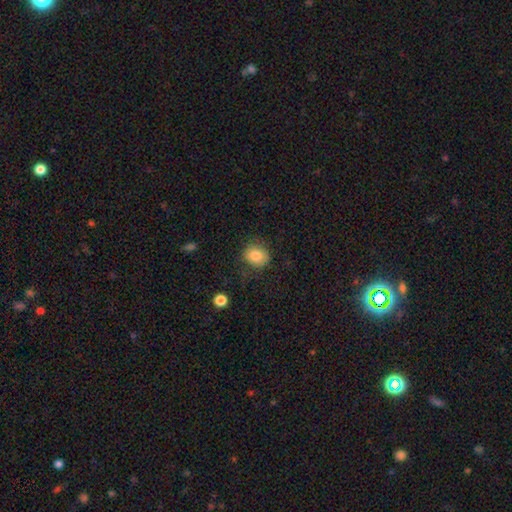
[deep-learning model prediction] A smooth galaxy with no disk features (83%) that is round (70%).

Vote fractions:
- Smooth or featured? smooth: 83% / star or artifact: 9% / featured or disk: 7%
- How rounded? round: 70% / in between: 29% / cigar-shaped: 1%
- Merging? none: 78% / minor disturbance: 16% / major disturbance: 5% / merger: 2%